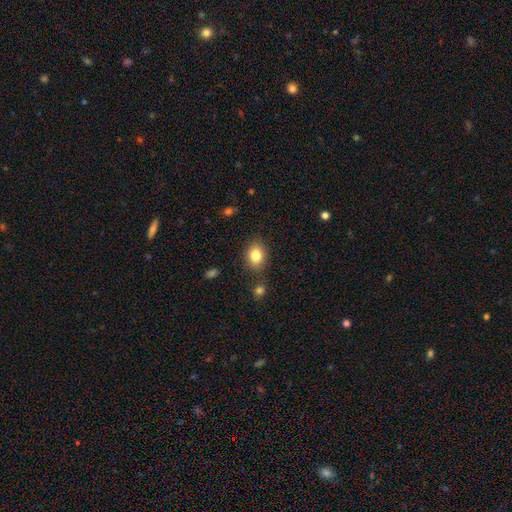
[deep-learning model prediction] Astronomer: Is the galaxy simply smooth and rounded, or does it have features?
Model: smooth — 83%.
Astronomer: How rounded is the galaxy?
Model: in between — 57% (runner-up: round, 42%).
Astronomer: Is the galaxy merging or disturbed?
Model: none — 82%.